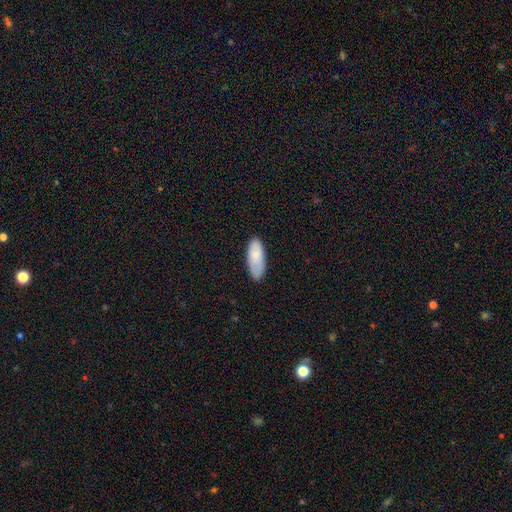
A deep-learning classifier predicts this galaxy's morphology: The model was most divided on "how rounded": in between: 78%, cigar-shaped: 20%, round: 2%. More confident: smooth or featured — smooth (82%); merging — none (80%).